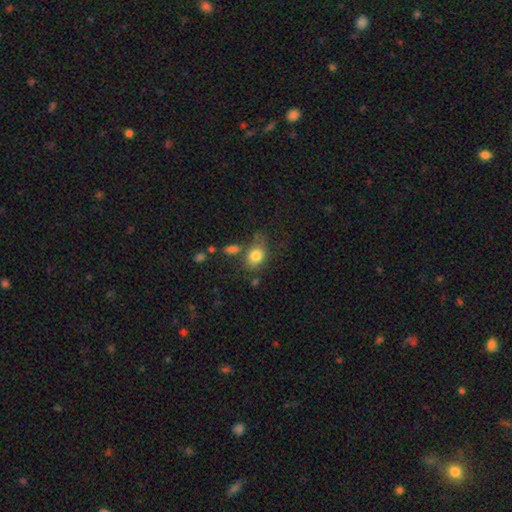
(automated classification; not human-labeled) Q: Smooth or featured?
A: smooth (81%); runner-up: featured or disk (10%)
Q: How rounded?
A: in between (62%); runner-up: round (37%)
Q: Merging?
A: none (60%); runner-up: minor disturbance (21%)